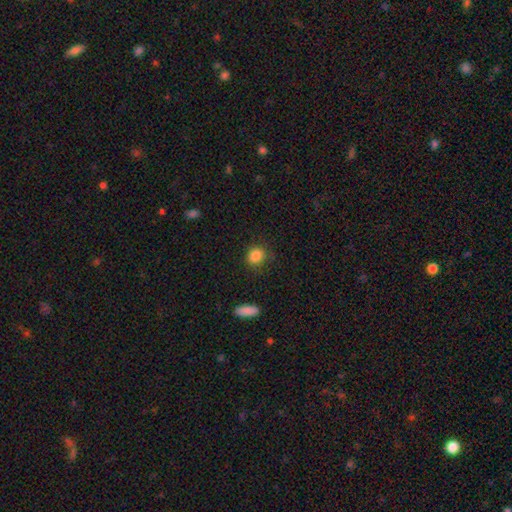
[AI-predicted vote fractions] Morphology: type=smooth (86%); roundness=round (73%); merging=none (83%).